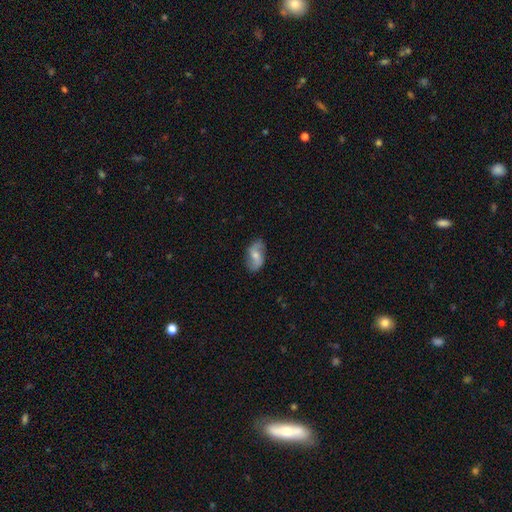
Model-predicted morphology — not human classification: Smooth or featured? Predicted: featured or disk (p=0.59). Edge-on disk? Predicted: no (p=0.95). Bar? Predicted: no (p=0.43, tied with weak). Spiral arms? Predicted: yes (p=0.89). Bulge size? Predicted: moderate (p=0.50). Merging? Predicted: none (p=0.79).